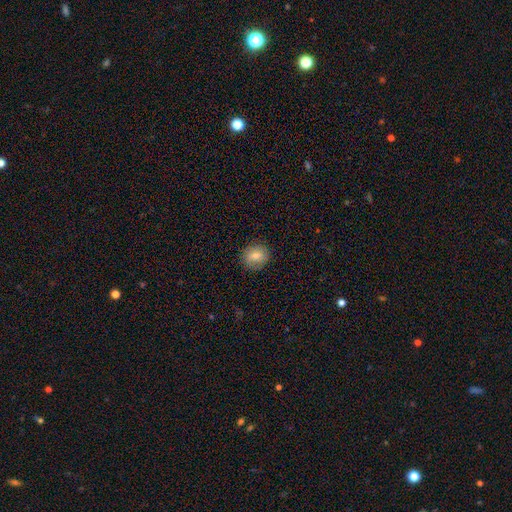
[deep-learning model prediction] Smooth or featured: smooth — 80% (featured or disk — 11%)
How rounded: round — 76% (in between — 23%)
Merging: none — 87% (minor disturbance — 9%)